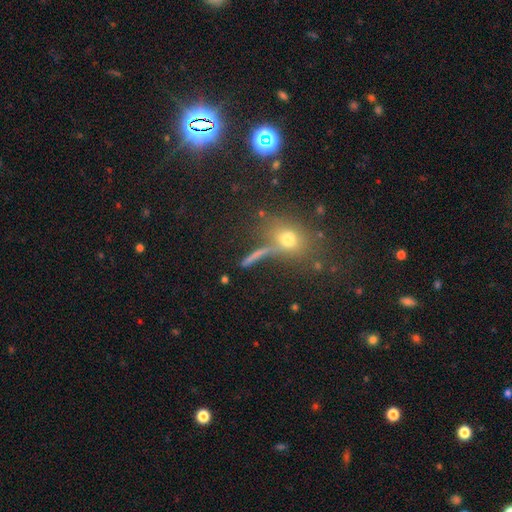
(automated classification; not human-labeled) Smooth or featured?
  - smooth: 57% *
  - featured or disk: 22%
  - star or artifact: 21%
How rounded?
  - cigar-shaped: 45% *
  - round: 30%
  - in between: 25%
Merging?
  - none: 67% *
  - merger: 13%
  - minor disturbance: 12%
  - major disturbance: 8%